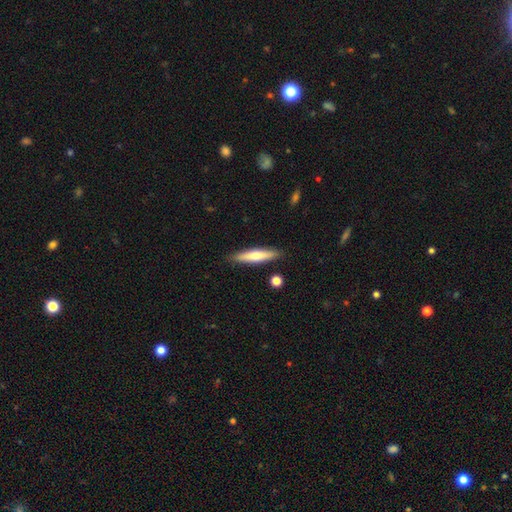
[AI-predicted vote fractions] Q: Smooth or featured?
A: smooth (62%); runner-up: featured or disk (32%)
Q: How rounded?
A: cigar-shaped (86%); runner-up: in between (13%)
Q: Merging?
A: none (88%); runner-up: minor disturbance (8%)